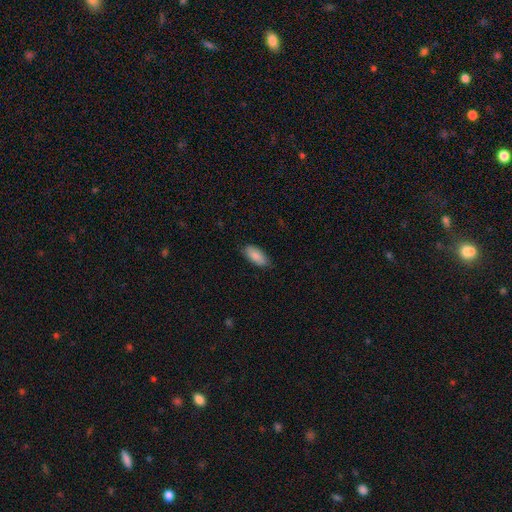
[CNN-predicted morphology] smooth-or-featured: smooth: 88% | featured or disk: 7% | star or artifact: 6%
  how-rounded: in between: 89% | cigar-shaped: 9% | round: 2%
  merging: none: 84% | minor disturbance: 12% | major disturbance: 2% | merger: 1%